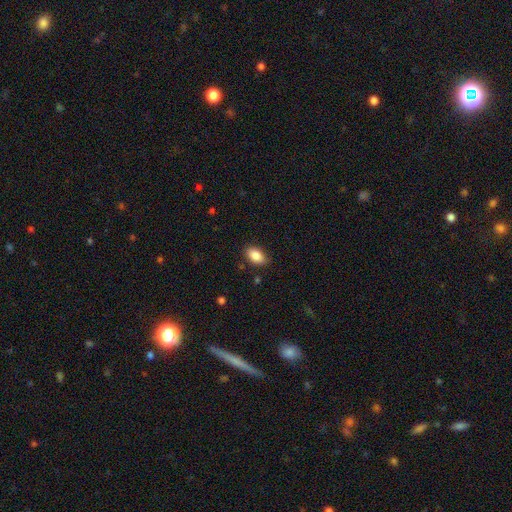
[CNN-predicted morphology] A smooth galaxy with no disk features (87%) that is in between round and cigar-shaped (91%).

Vote fractions:
- Smooth or featured? smooth: 87% / star or artifact: 7% / featured or disk: 5%
- How rounded? in between: 91% / round: 7% / cigar-shaped: 2%
- Merging? none: 84% / minor disturbance: 12% / major disturbance: 3% / merger: 1%